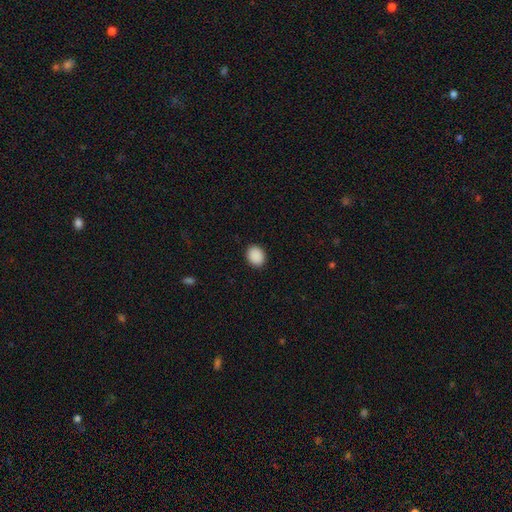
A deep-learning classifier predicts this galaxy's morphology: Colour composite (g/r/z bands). It shows a smooth galaxy with no disk features (90%) that is in between round and cigar-shaped (52%). Merging: none (91%).